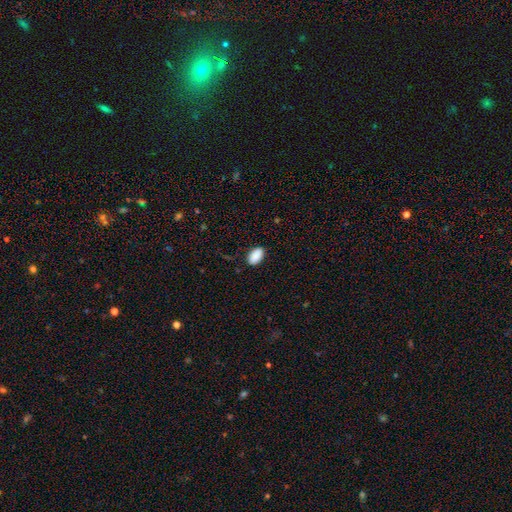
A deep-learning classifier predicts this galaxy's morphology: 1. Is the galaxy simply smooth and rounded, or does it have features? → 90% smooth, 7% star or artifact, 3% featured or disk.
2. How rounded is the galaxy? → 93% in between, 5% round, 1% cigar-shaped.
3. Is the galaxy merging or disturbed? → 86% none, 10% minor disturbance, 2% major disturbance, 1% merger.